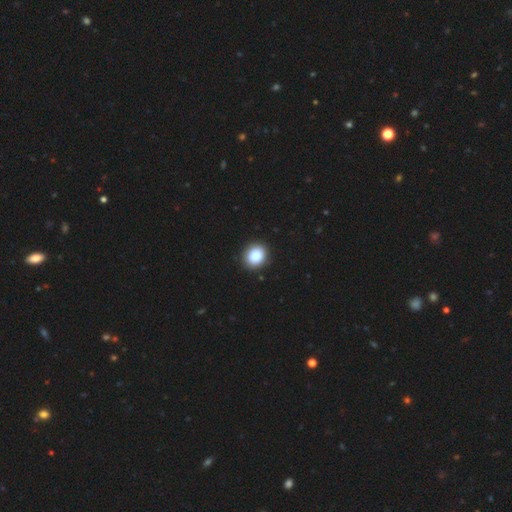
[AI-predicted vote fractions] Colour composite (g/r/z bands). It shows a smooth galaxy with no disk features (88%) that is round (70%). Merging: none (89%).